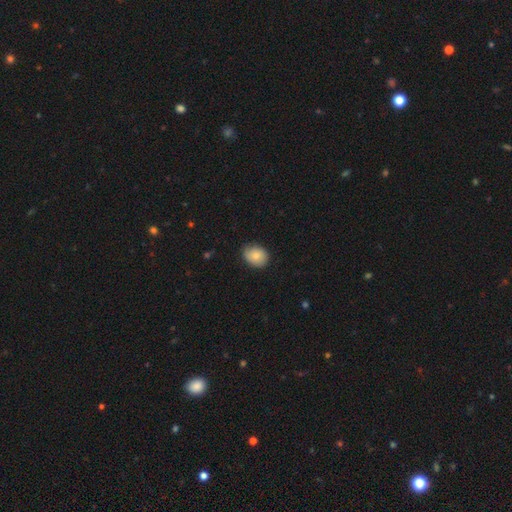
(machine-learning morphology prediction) This appears to be a smooth galaxy with no disk features (78%) that is in between round and cigar-shaped (54%). Merging: none (78%).